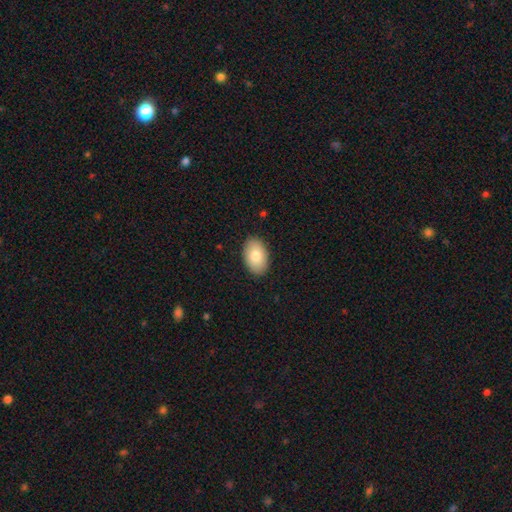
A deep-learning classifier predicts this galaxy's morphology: Smooth or featured: smooth — 83% (featured or disk — 11%)
How rounded: in between — 92% (round — 7%)
Merging: none — 89% (minor disturbance — 8%)